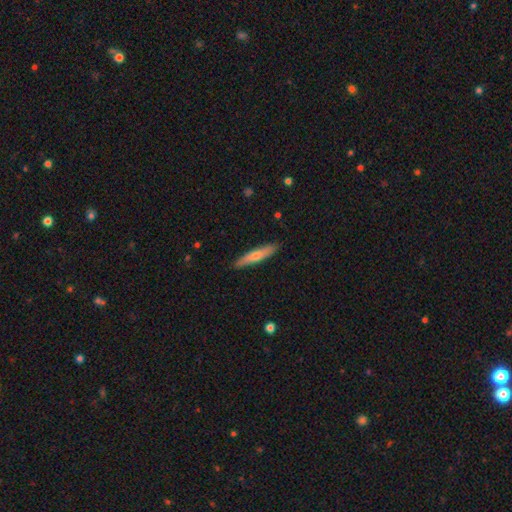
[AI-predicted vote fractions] Smooth or featured? Predicted: smooth (p=0.64). How rounded? Predicted: cigar-shaped (p=0.89). Merging? Predicted: none (p=0.88).